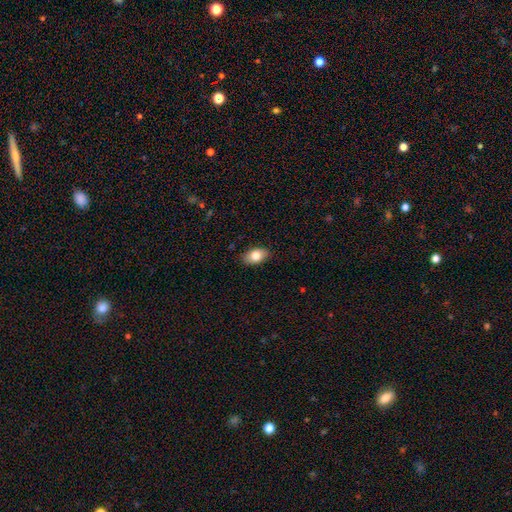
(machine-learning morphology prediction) Smooth or featured: smooth — 82% (featured or disk — 10%)
How rounded: in between — 90% (round — 8%)
Merging: none — 86% (minor disturbance — 11%)